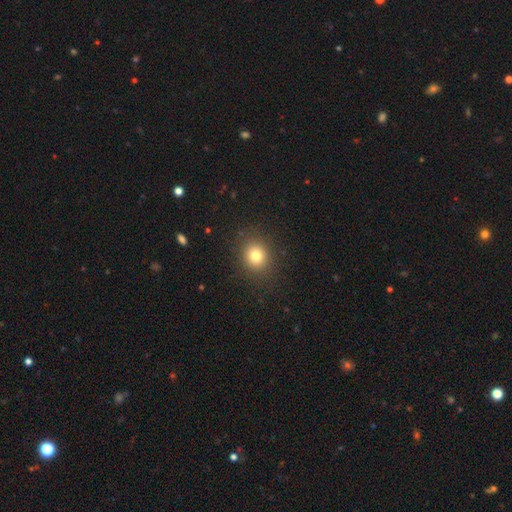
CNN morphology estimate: Overall: smooth (79%). How rounded: round (78%). Merging: none (89%).